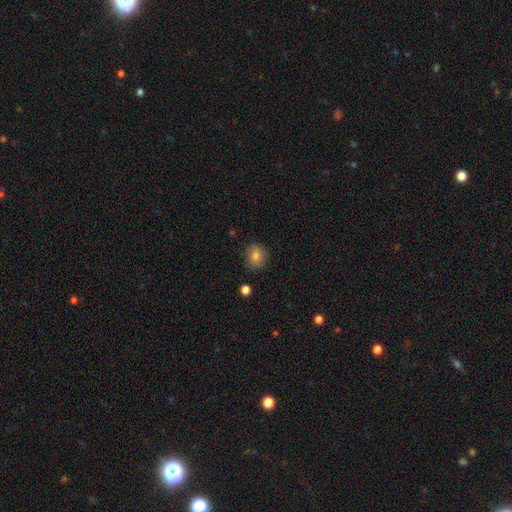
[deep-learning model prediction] smooth_or_featured: smooth (p=0.80) [alt: star or artifact p=0.11]
how_rounded: round (p=0.69) [alt: in between p=0.30]
merging: none (p=0.85) [alt: minor disturbance p=0.11]